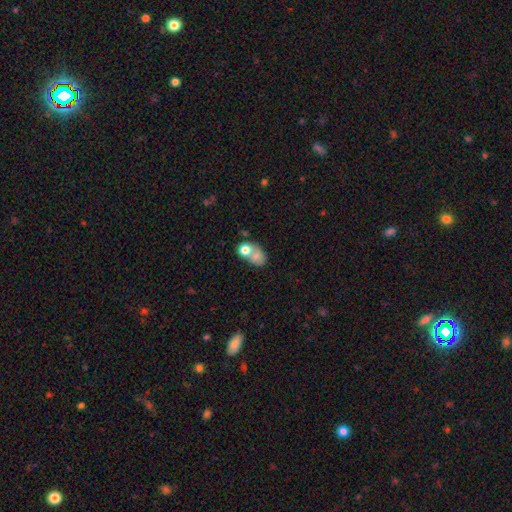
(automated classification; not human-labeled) smooth-or-featured: smooth: 73% | featured or disk: 16% | star or artifact: 11%
  how-rounded: in between: 60% | round: 39% | cigar-shaped: 1%
  merging: merger: 47% | none: 32% | minor disturbance: 13% | major disturbance: 8%